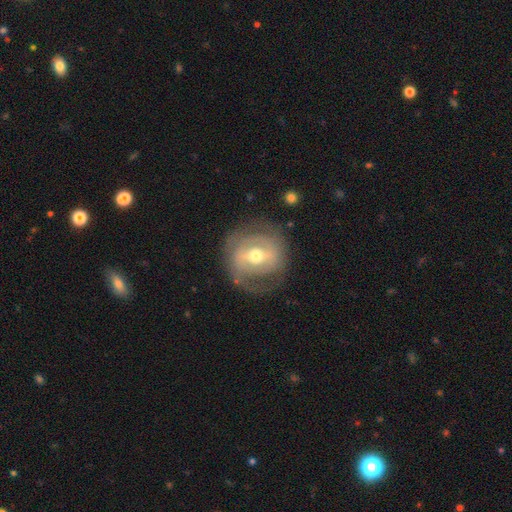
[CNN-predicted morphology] Smooth or featured? featured or disk (75%)
Edge-on disk? no (96%)
Bar? weak (42%)
Spiral arms? yes (72%)
Spiral winding? tight (47%)
Spiral arm count? 2 (64%)
Bulge size? moderate (71%)
Merging? none (72%)